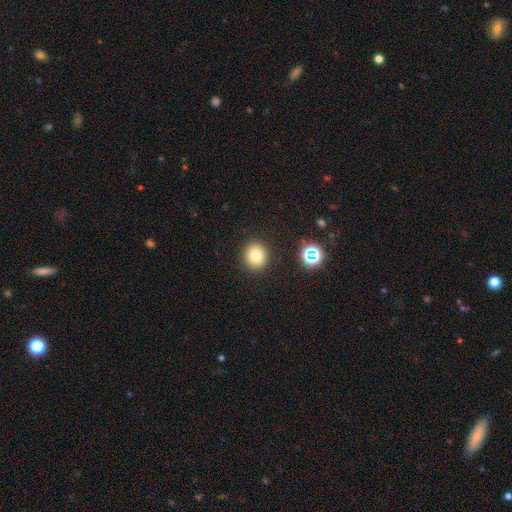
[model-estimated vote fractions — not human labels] smooth 78%, star or artifact 14%, featured or disk 8%. Down the decision tree: how rounded — round (87%); merging — none (90%).